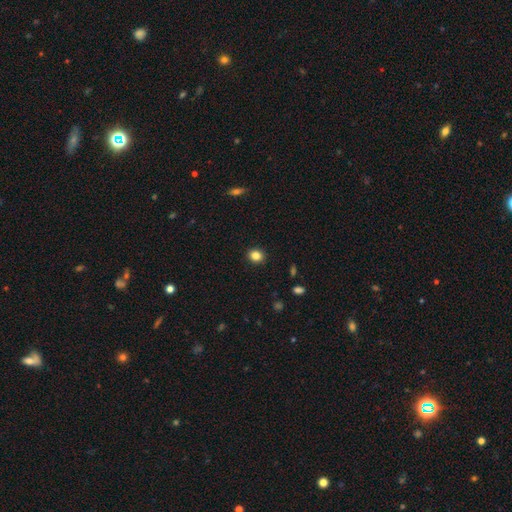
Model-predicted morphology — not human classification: Smooth or featured: smooth — 84% (star or artifact — 11%)
How rounded: round — 73% (in between — 26%)
Merging: none — 91% (minor disturbance — 6%)